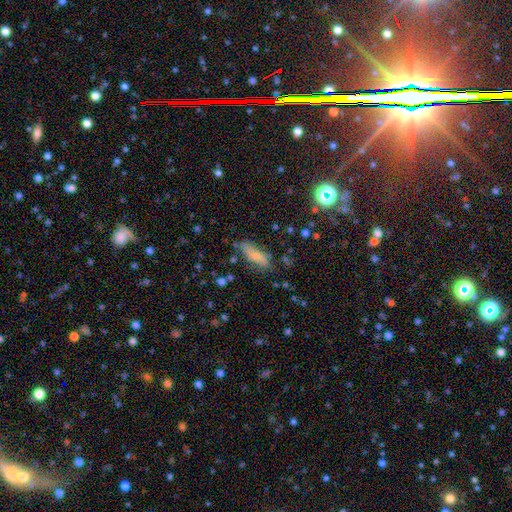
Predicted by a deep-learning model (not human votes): This is likely a smooth galaxy (71%). How rounded: likely in between (60%). Merging: likely none (65%).